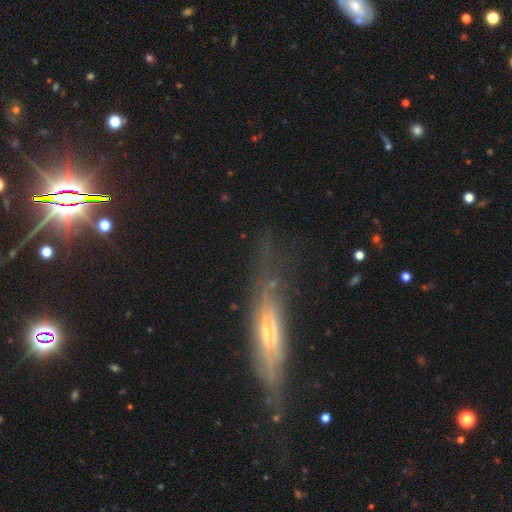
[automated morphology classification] smooth_or_featured: featured or disk (p=0.60) [alt: smooth p=0.24]
disk_edge_on: yes (p=0.73) [alt: no p=0.27]
merging: none (p=0.74) [alt: minor disturbance p=0.19]